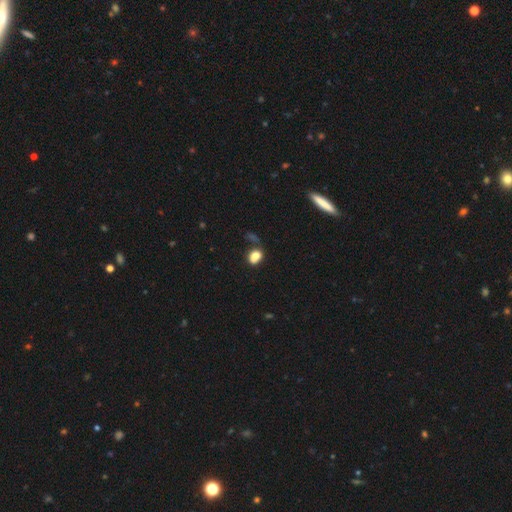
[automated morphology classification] A smooth galaxy with no disk features (79%) that is in between round and cigar-shaped (74%).

Vote fractions:
- Smooth or featured? smooth: 79% / star or artifact: 11% / featured or disk: 9%
- How rounded? in between: 74% / round: 24% / cigar-shaped: 2%
- Merging? none: 42% / minor disturbance: 24% / merger: 17% / major disturbance: 17%